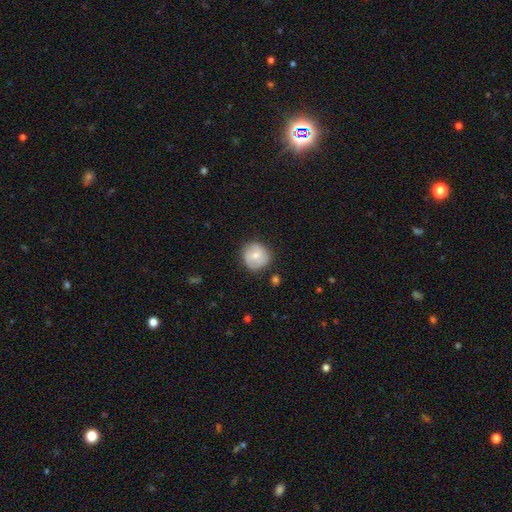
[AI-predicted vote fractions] The model was most divided on "smooth or featured": smooth: 57%, featured or disk: 36%, star or artifact: 7%. More confident: how rounded — round (91%); merging — none (78%).